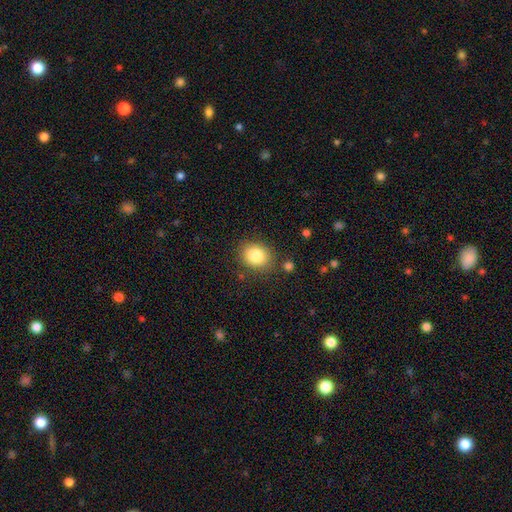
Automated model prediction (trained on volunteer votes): This is clearly a smooth galaxy (84%). How rounded: possibly round (59%). Merging: clearly none (82%).